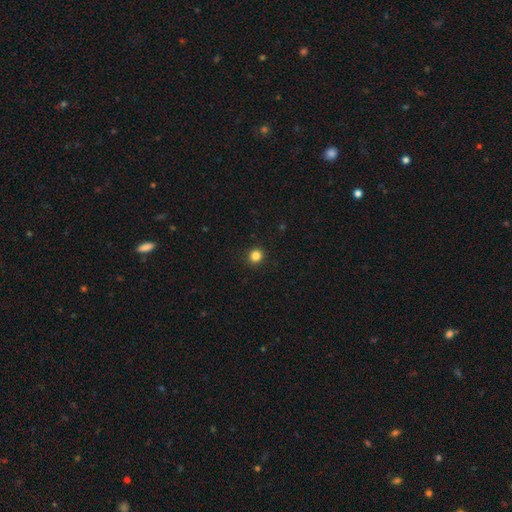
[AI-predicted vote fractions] Q: Smooth or featured?
A: smooth (83%); runner-up: star or artifact (13%)
Q: How rounded?
A: round (92%); runner-up: in between (7%)
Q: Merging?
A: none (93%); runner-up: minor disturbance (5%)